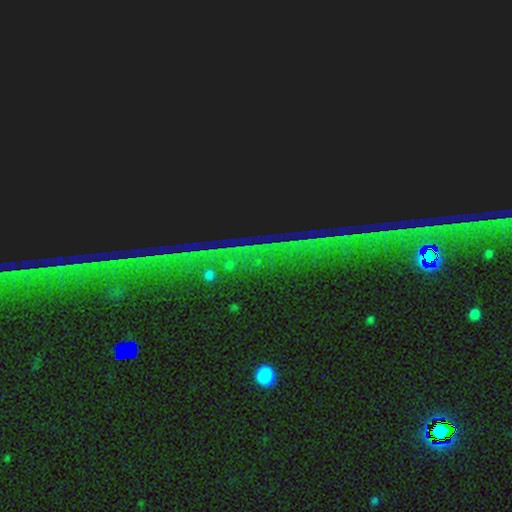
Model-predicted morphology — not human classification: Smooth or featured?
  - star or artifact: 85% *
  - featured or disk: 8%
  - smooth: 7%